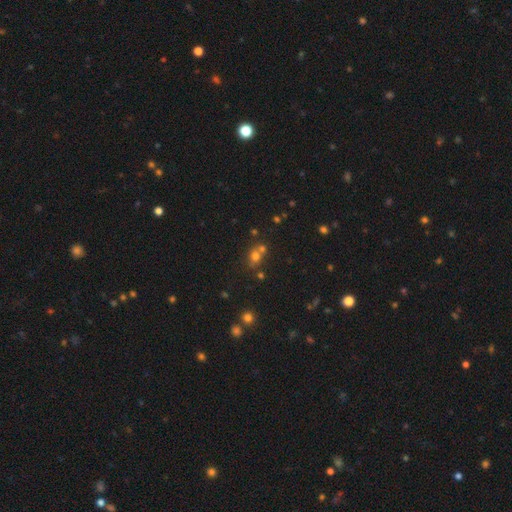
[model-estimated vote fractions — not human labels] smooth_or_featured: smooth (p=0.64) [alt: star or artifact p=0.23]
how_rounded: round (p=0.67) [alt: in between p=0.32]
merging: none (p=0.48) [alt: merger p=0.39]